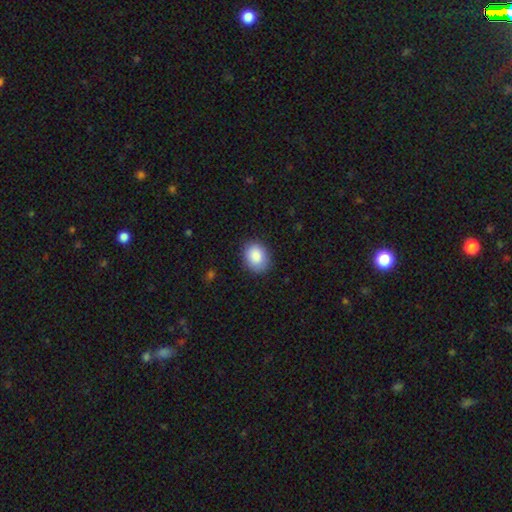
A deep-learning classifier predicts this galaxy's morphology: Smooth or featured?
  - smooth: 88% *
  - star or artifact: 7%
  - featured or disk: 5%
How rounded?
  - in between: 58% *
  - round: 42%
  - cigar-shaped: 1%
Merging?
  - none: 85% *
  - minor disturbance: 12%
  - major disturbance: 3%
  - merger: 1%